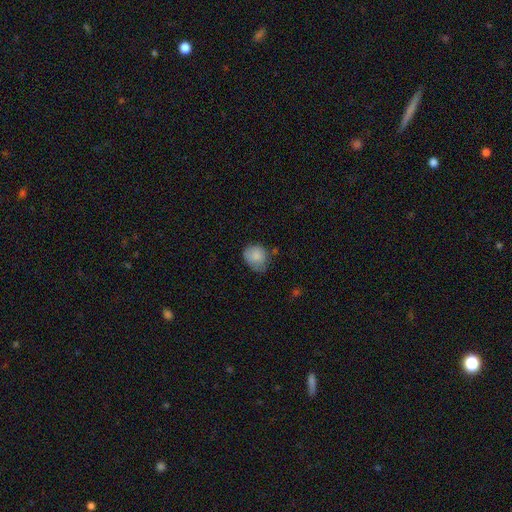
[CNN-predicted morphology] smooth-or-featured: smooth: 82% | featured or disk: 11% | star or artifact: 8%
  how-rounded: round: 56% | in between: 43% | cigar-shaped: 1%
  merging: none: 47% | minor disturbance: 38% | major disturbance: 11% | merger: 3%